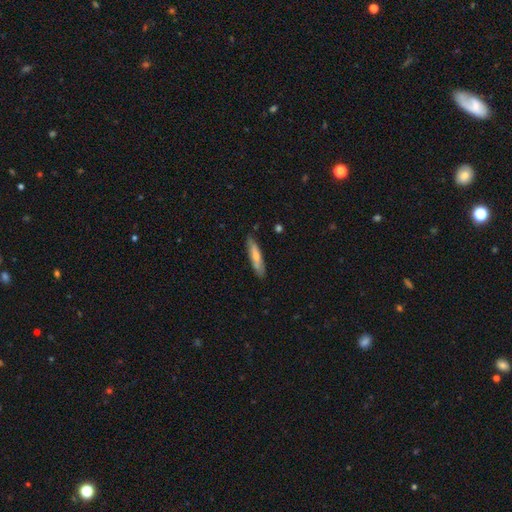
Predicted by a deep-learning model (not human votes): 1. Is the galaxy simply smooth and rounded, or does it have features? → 53% smooth, 41% featured or disk, 6% star or artifact.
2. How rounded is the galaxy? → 84% cigar-shaped, 15% in between, 2% round.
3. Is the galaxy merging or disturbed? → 83% none, 13% minor disturbance, 2% major disturbance, 1% merger.